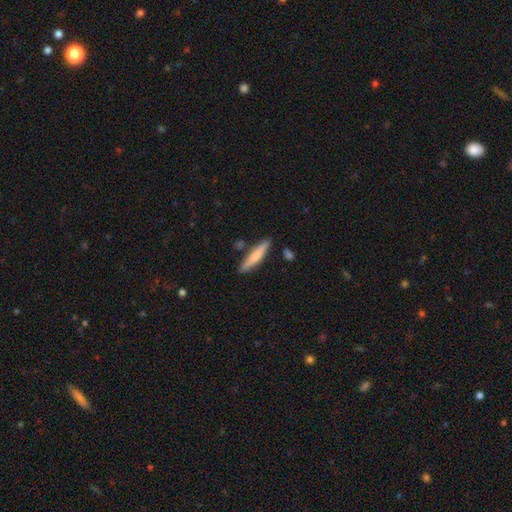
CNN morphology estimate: smooth_or_featured: smooth (p=0.65) [alt: featured or disk p=0.30]
how_rounded: cigar-shaped (p=0.88) [alt: in between p=0.10]
merging: none (p=0.83) [alt: minor disturbance p=0.11]